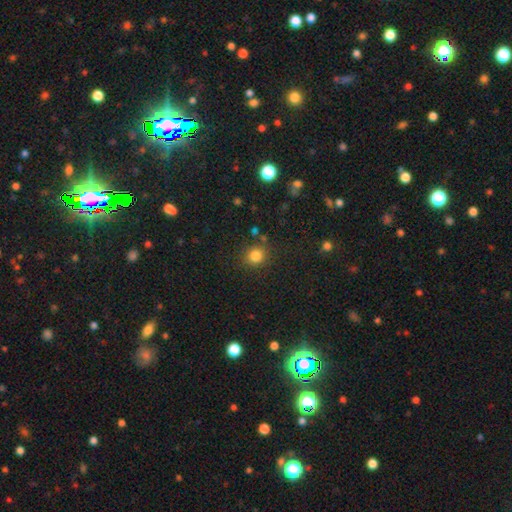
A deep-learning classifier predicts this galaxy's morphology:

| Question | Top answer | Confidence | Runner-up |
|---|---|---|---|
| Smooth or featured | smooth | 82% | star or artifact (13%) |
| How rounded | round | 86% | in between (13%) |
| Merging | none | 82% | minor disturbance (10%) |